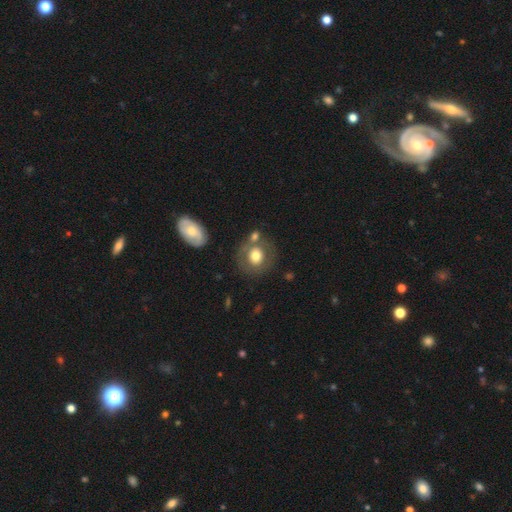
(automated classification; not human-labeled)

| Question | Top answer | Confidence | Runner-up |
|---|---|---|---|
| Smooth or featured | smooth | 64% | featured or disk (28%) |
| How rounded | round | 78% | in between (21%) |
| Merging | none | 66% | merger (14%) |